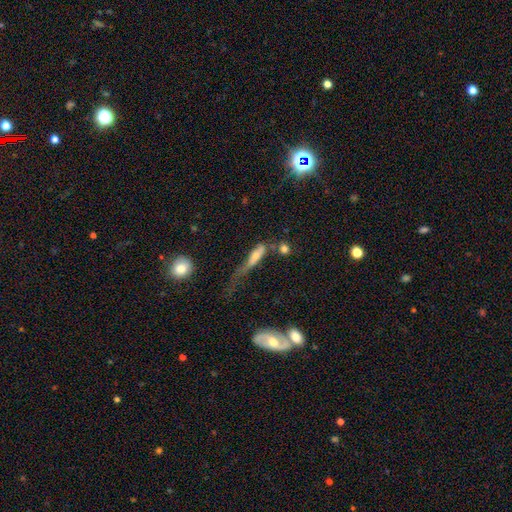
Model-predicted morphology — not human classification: A smooth galaxy with no disk features (49%). Merging: major disturbance (46%).